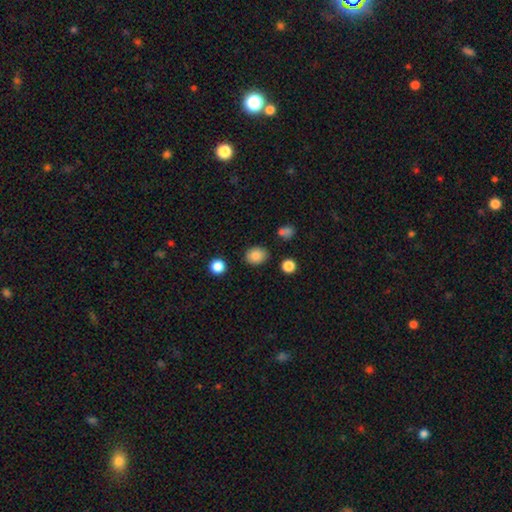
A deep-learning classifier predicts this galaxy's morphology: Overall: smooth (85%). How rounded: round (54%; in between 45%). Merging: none (84%).